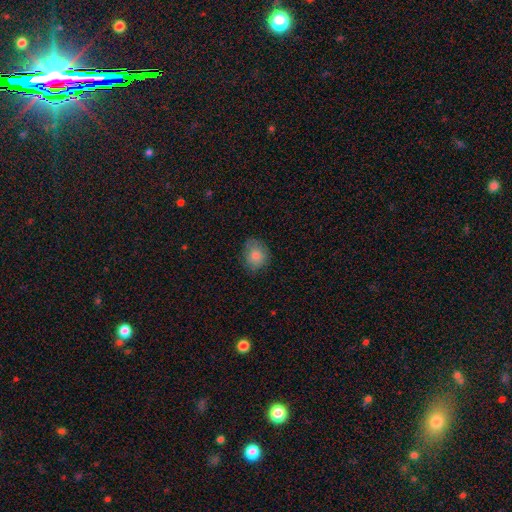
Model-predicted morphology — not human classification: Overall: smooth (82%). How rounded: round (62%; in between 37%). Merging: none (73%).